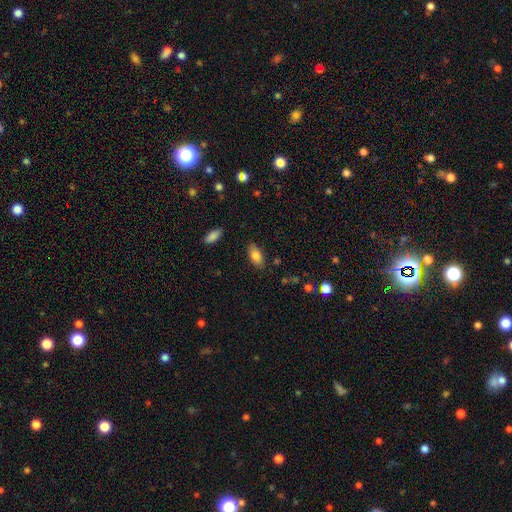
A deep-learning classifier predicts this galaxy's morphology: This appears to be a smooth galaxy with no disk features (84%) that is in between round and cigar-shaped (90%). Merging: none (84%).